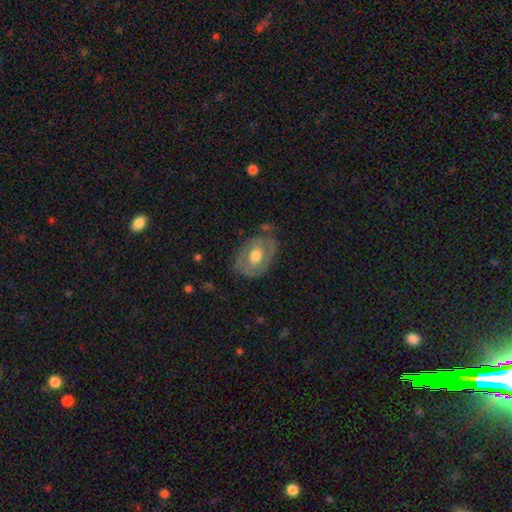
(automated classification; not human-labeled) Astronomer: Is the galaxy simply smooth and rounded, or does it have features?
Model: featured or disk — 58% (runner-up: smooth, 37%).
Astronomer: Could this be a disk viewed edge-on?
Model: no — 94%.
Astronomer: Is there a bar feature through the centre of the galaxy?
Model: no — 71%.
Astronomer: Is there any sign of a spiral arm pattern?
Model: no — 58% (runner-up: yes, 42%).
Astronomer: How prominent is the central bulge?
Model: moderate — 67%.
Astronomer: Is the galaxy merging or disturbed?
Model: none — 67%.